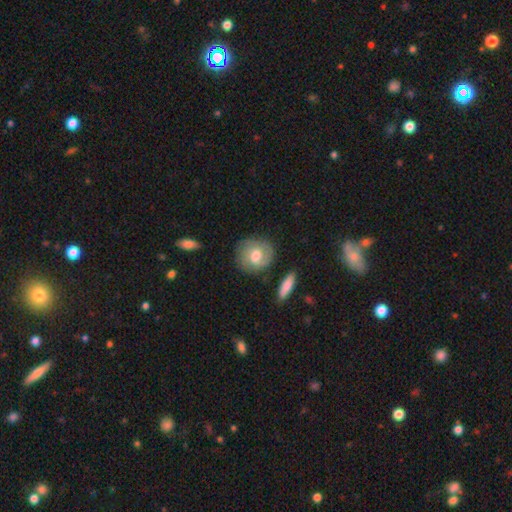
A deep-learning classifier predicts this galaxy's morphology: Overall: smooth (50%; featured or disk 44%). Merging: none (76%).